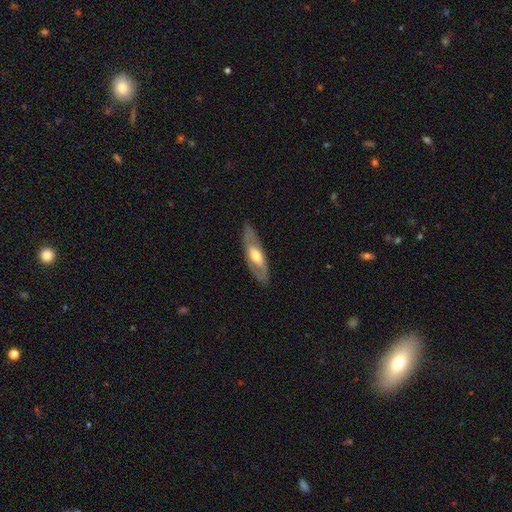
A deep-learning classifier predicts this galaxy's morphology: Smooth or featured?
  - featured or disk: 60% *
  - smooth: 35%
  - star or artifact: 5%
Edge-on disk?
  - no: 71% *
  - yes: 29%
Merging?
  - none: 82% *
  - minor disturbance: 13%
  - major disturbance: 4%
  - merger: 1%